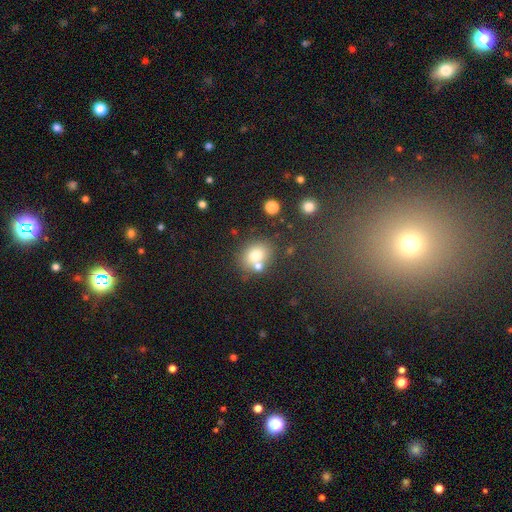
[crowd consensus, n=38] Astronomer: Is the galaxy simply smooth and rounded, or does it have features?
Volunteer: smooth — 71%.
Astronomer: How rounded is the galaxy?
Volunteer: round — 67%.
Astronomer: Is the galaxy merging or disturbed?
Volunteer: none — 46% (runner-up: minor disturbance, 27%).